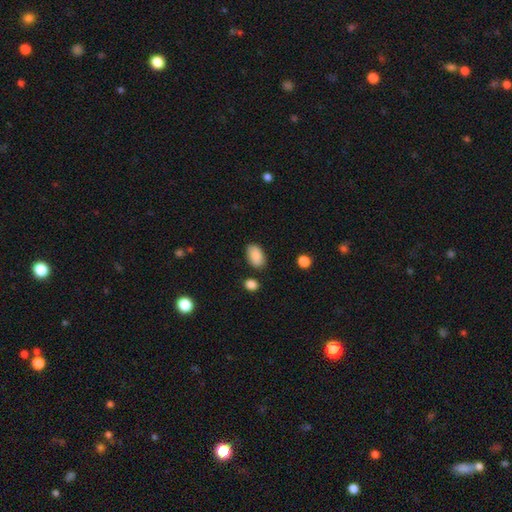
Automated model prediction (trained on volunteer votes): Smooth or featured: smooth — 88% (star or artifact — 7%)
How rounded: in between — 92% (round — 7%)
Merging: none — 83% (minor disturbance — 11%)